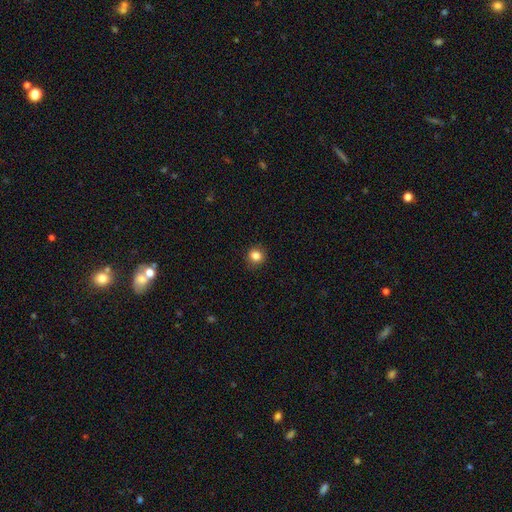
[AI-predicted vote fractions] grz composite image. It shows a smooth galaxy with no disk features (84%) that is round (88%). Merging: none (90%).